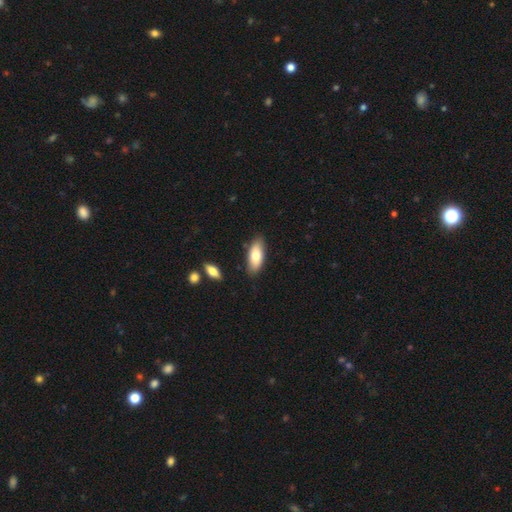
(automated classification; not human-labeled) smooth 77%, featured or disk 17%, star or artifact 6%. Down the decision tree: how rounded — in between (81%); merging — none (84%).